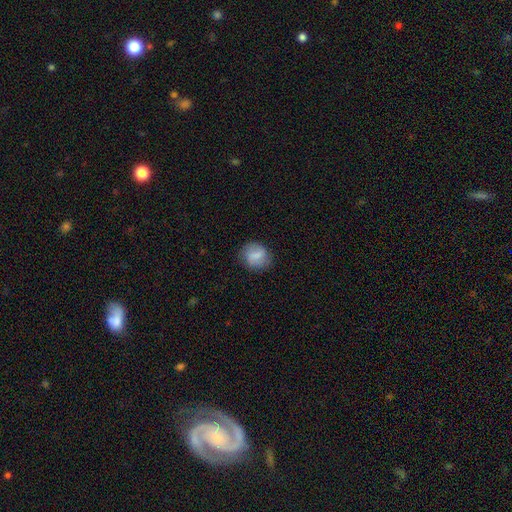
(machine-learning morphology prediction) The model was most divided on "smooth or featured": smooth: 71%, featured or disk: 21%, star or artifact: 8%. More confident: merging — none (80%); how rounded — round (77%).